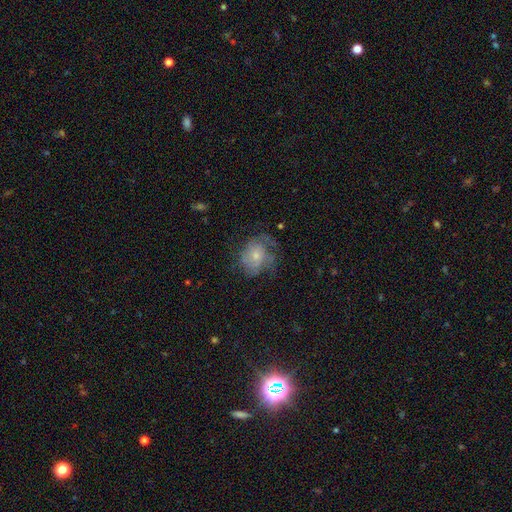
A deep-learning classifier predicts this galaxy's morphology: smooth_or_featured: featured or disk (p=0.49) [alt: smooth p=0.41]
merging: none (p=0.46) [alt: minor disturbance p=0.27]